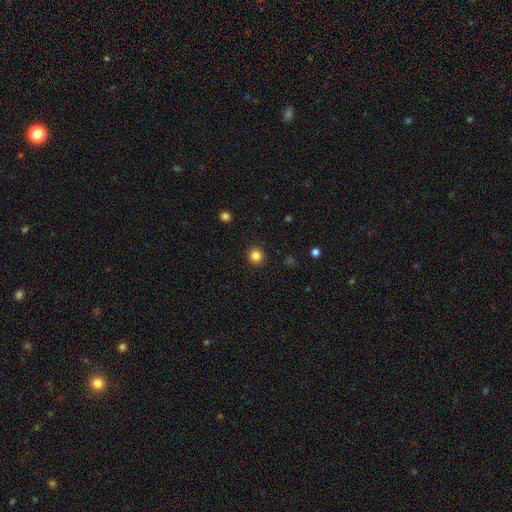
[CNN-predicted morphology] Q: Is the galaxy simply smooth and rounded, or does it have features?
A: smooth — 85%.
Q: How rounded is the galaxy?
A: round — 93%.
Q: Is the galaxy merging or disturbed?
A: none — 92%.